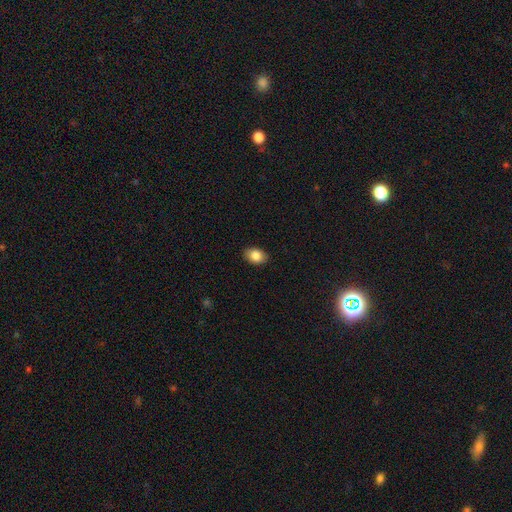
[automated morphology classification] This appears to be a smooth galaxy with no disk features (85%) that is in between round and cigar-shaped (79%). Merging: none (89%).